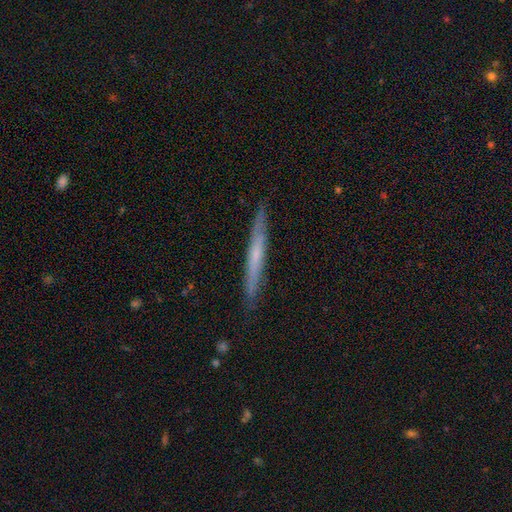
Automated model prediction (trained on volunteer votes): smooth-or-featured: featured or disk: 49% | smooth: 45% | star or artifact: 6%
  merging: none: 89% | minor disturbance: 9% | major disturbance: 1% | merger: 1%